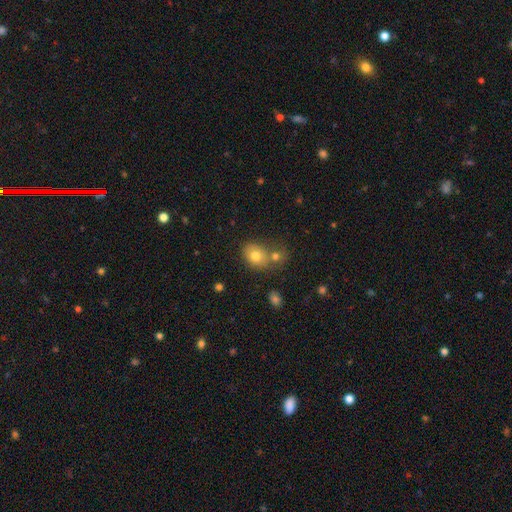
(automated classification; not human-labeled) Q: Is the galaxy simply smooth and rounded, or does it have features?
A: smooth — 76%.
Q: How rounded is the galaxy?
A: in between — 59%.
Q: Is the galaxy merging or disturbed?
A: none — 47%.